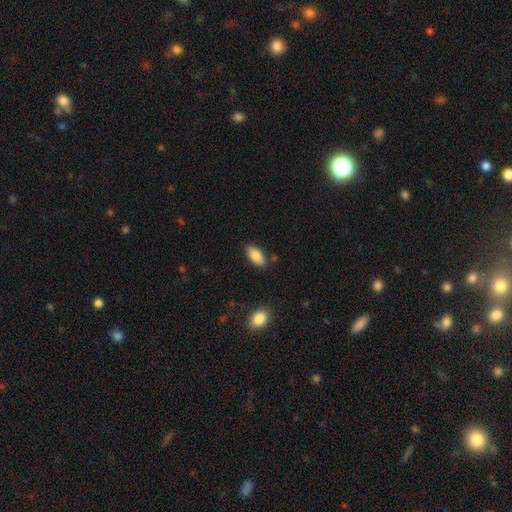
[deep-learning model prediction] The model was most divided on "merging": none: 84%, minor disturbance: 11%, merger: 3%, major disturbance: 2%. More confident: how rounded — in between (92%); smooth or featured — smooth (86%).